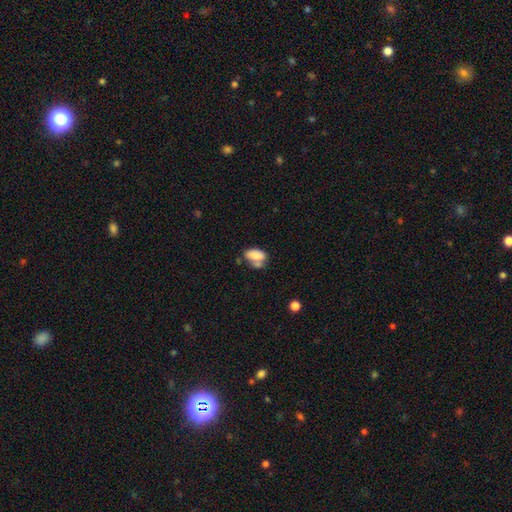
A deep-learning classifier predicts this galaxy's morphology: Smooth or featured: smooth — 78% (featured or disk — 13%)
How rounded: in between — 90% (round — 7%)
Merging: none — 40% (merger — 29%)